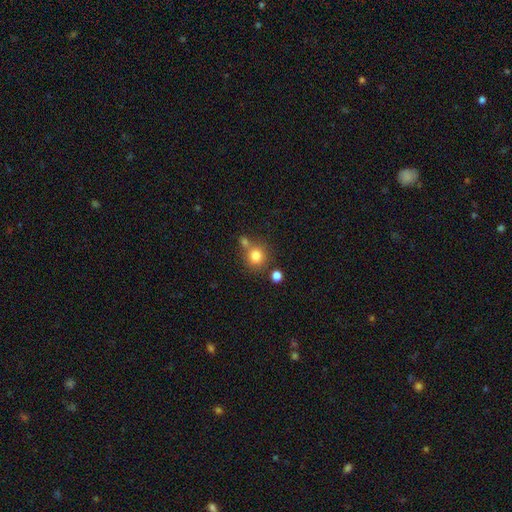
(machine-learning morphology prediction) type=smooth (80%); roundness=round (87%); merging=none (61%).